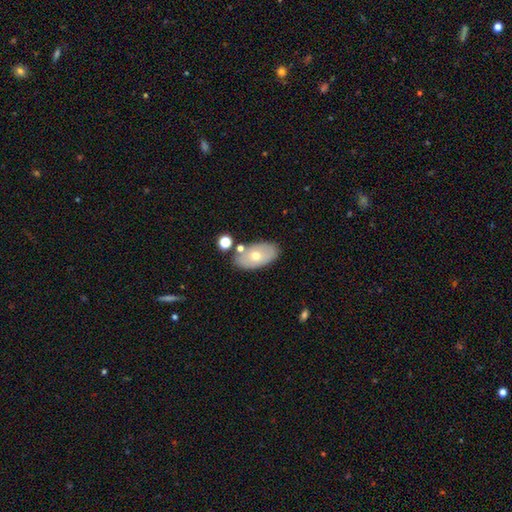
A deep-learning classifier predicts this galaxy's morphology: Q: Smooth or featured?
A: smooth (61%); runner-up: featured or disk (32%)
Q: How rounded?
A: in between (92%); runner-up: round (6%)
Q: Merging?
A: none (75%); runner-up: minor disturbance (13%)